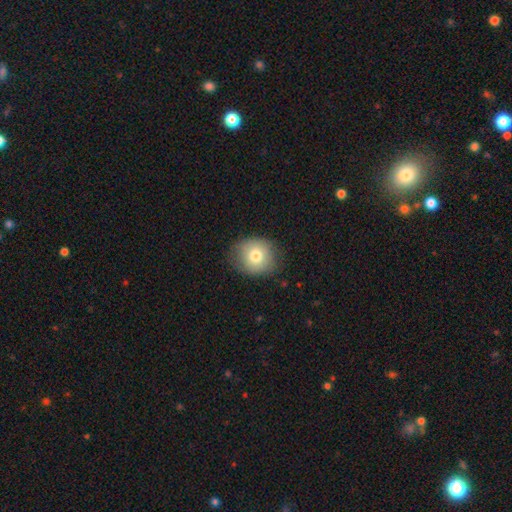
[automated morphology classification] Smooth or featured? Predicted: smooth (p=0.77). How rounded? Predicted: round (p=0.76). Merging? Predicted: none (p=0.79).